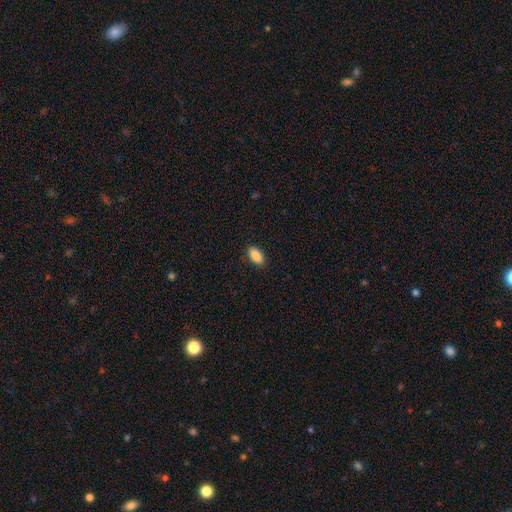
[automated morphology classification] Smooth or featured?
  - smooth: 89% *
  - star or artifact: 7%
  - featured or disk: 4%
How rounded?
  - in between: 92% *
  - cigar-shaped: 5%
  - round: 3%
Merging?
  - none: 88% *
  - minor disturbance: 9%
  - major disturbance: 2%
  - merger: 1%